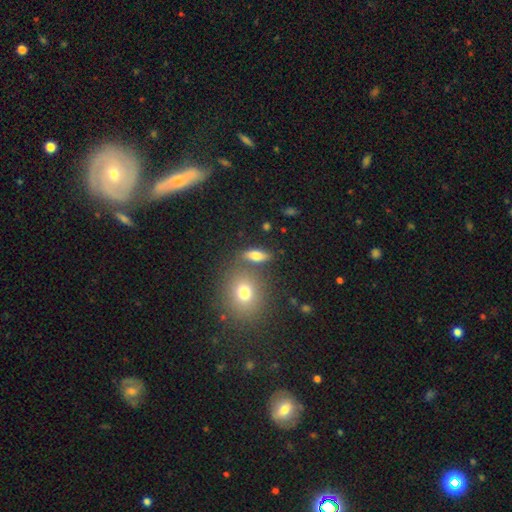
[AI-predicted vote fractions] This appears to be a smooth galaxy with no disk features (73%) that is in between round and cigar-shaped (67%). Merging: none (66%).